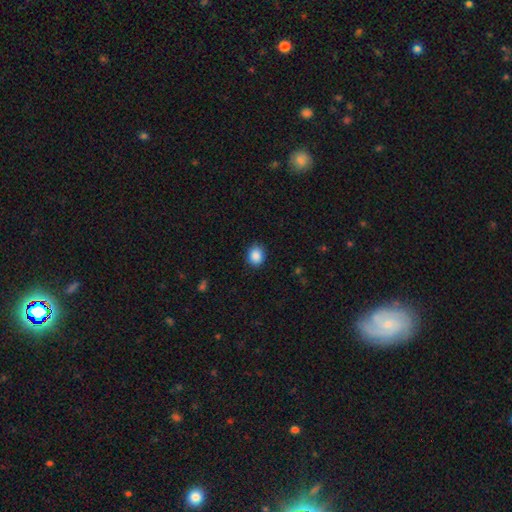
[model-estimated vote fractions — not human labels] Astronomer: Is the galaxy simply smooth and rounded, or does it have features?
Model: smooth — 88%.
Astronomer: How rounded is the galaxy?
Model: round — 65%.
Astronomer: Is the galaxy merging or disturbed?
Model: none — 87%.